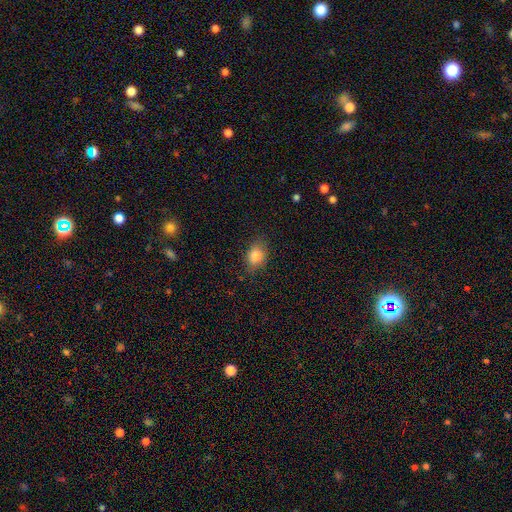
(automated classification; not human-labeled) smooth-or-featured: smooth: 83% | star or artifact: 9% | featured or disk: 8%
  how-rounded: in between: 78% | round: 21% | cigar-shaped: 2%
  merging: none: 79% | minor disturbance: 16% | major disturbance: 4% | merger: 1%